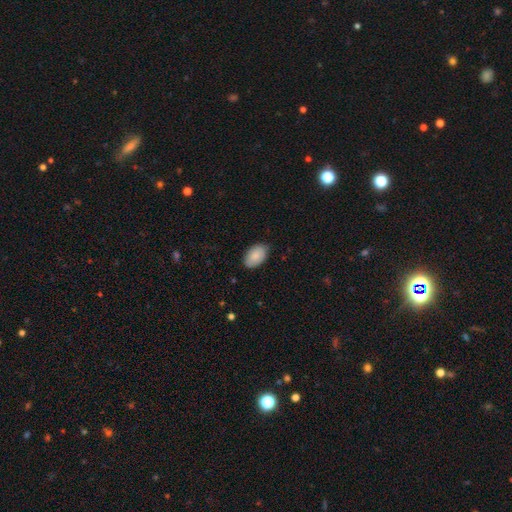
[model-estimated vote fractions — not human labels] Smooth or featured: smooth — 86% (featured or disk — 7%)
How rounded: in between — 92% (round — 7%)
Merging: none — 83% (minor disturbance — 13%)